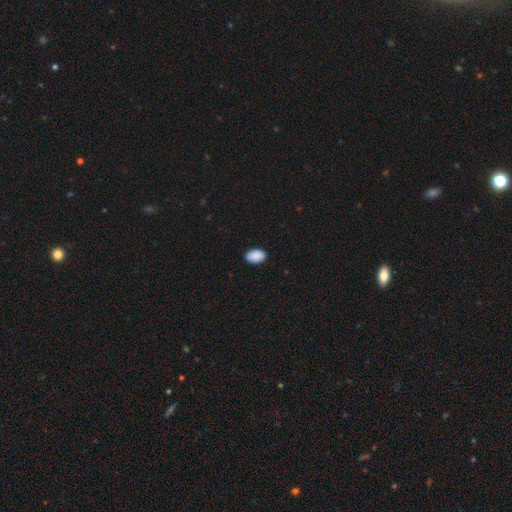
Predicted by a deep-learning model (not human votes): This is clearly a smooth galaxy (91%). How rounded: clearly in between (91%). Merging: clearly none (89%).